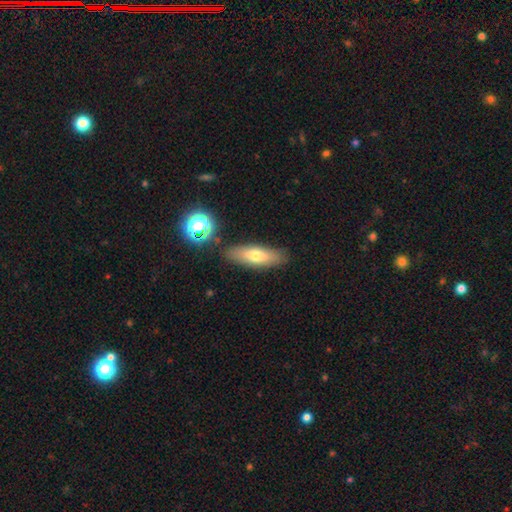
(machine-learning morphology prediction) smooth-or-featured: smooth: 63% | featured or disk: 29% | star or artifact: 9%
  how-rounded: cigar-shaped: 50% | in between: 47% | round: 3%
  merging: none: 83% | minor disturbance: 11% | merger: 4% | major disturbance: 3%